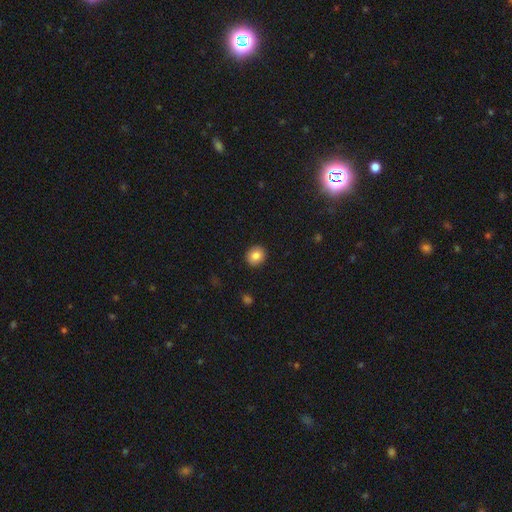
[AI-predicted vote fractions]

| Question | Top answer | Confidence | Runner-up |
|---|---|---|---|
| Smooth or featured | smooth | 84% | star or artifact (9%) |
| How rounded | round | 80% | in between (19%) |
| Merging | none | 92% | minor disturbance (6%) |